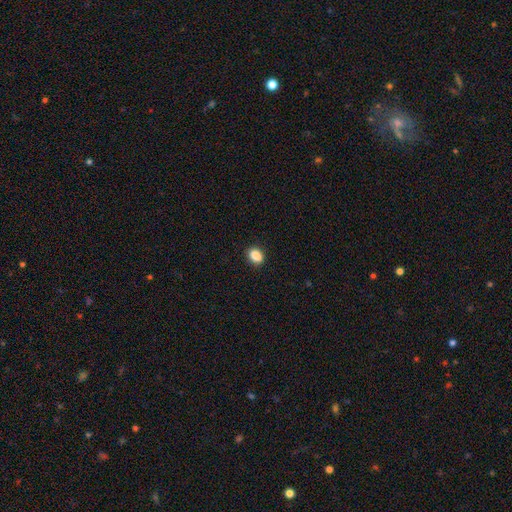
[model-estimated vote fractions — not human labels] The model was most divided on "how rounded": in between: 68%, round: 31%, cigar-shaped: 1%. More confident: merging — none (89%); smooth or featured — smooth (88%).